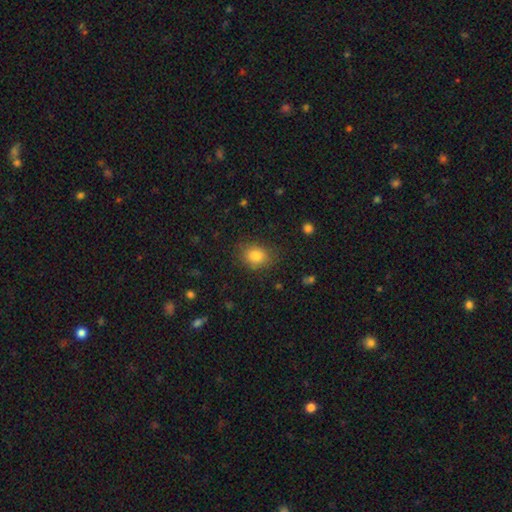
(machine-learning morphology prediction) This appears to be a smooth galaxy with no disk features (82%) that is round (52%). Merging: none (81%).